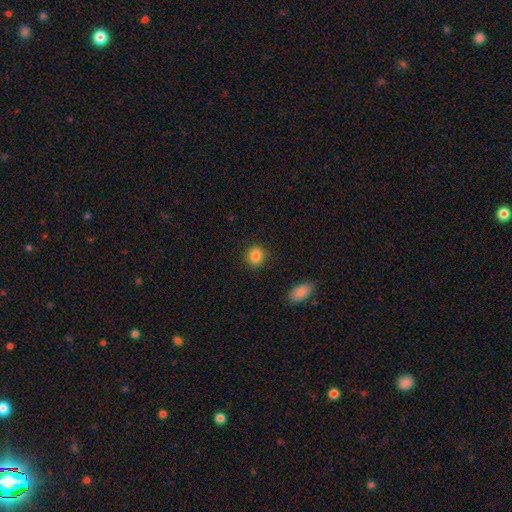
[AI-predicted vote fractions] Smooth or featured: smooth — 87% (star or artifact — 10%)
How rounded: round — 77% (in between — 22%)
Merging: none — 88% (minor disturbance — 8%)